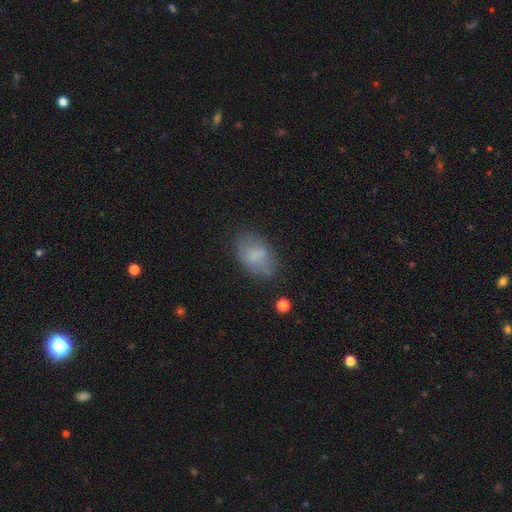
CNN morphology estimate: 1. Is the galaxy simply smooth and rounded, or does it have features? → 74% smooth, 17% featured or disk, 9% star or artifact.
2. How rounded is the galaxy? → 88% in between, 11% round, 2% cigar-shaped.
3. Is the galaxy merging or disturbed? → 64% none, 24% minor disturbance, 9% major disturbance, 3% merger.